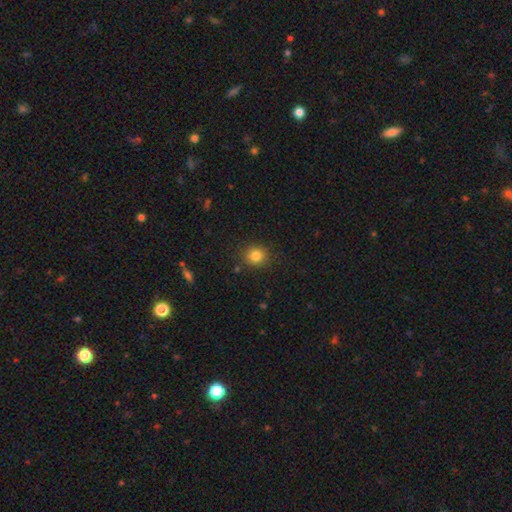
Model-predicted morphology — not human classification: Smooth or featured?
  - smooth: 82% *
  - star or artifact: 12%
  - featured or disk: 6%
How rounded?
  - round: 86% *
  - in between: 13%
  - cigar-shaped: 1%
Merging?
  - none: 88% *
  - minor disturbance: 7%
  - major disturbance: 2%
  - merger: 2%